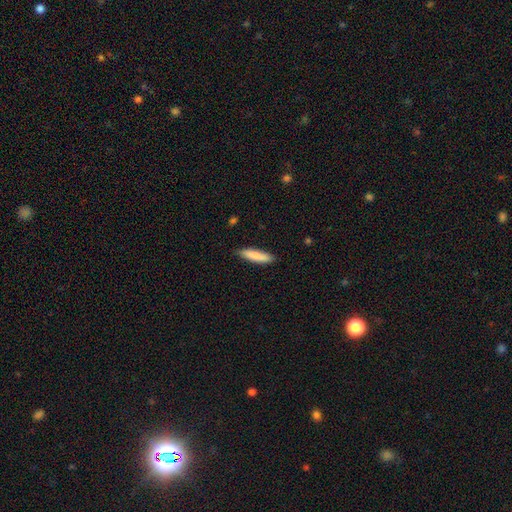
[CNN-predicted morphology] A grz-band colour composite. It shows a smooth galaxy with no disk features (85%) that is cigar-shaped (78%). Merging: none (84%).